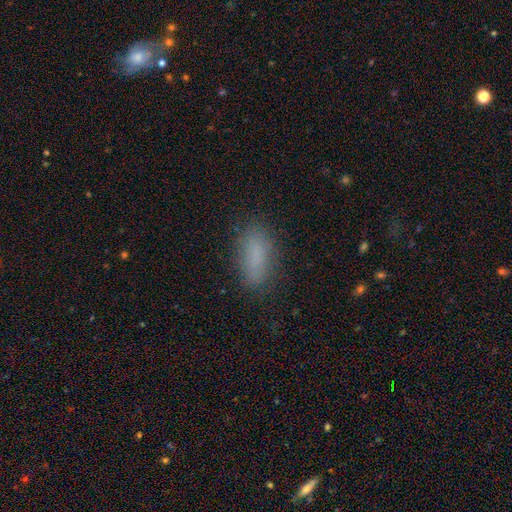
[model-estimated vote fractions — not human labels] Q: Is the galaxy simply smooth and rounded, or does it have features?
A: smooth — 82%.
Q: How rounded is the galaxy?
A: in between — 74%.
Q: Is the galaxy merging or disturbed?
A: none — 81%.